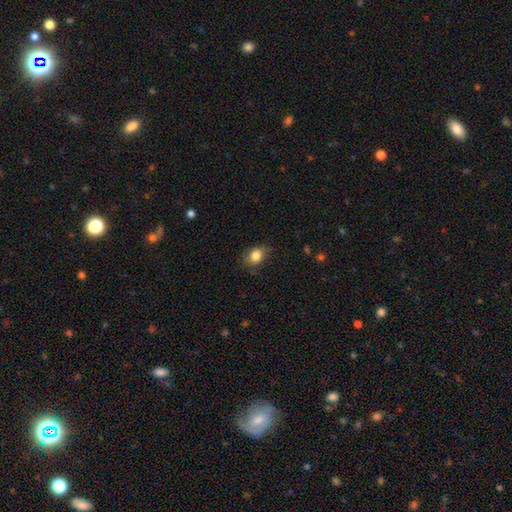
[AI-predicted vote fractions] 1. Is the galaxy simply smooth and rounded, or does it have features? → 84% smooth, 9% star or artifact, 7% featured or disk.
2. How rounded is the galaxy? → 63% in between, 36% round, 1% cigar-shaped.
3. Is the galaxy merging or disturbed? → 74% none, 20% minor disturbance, 5% major disturbance, 1% merger.